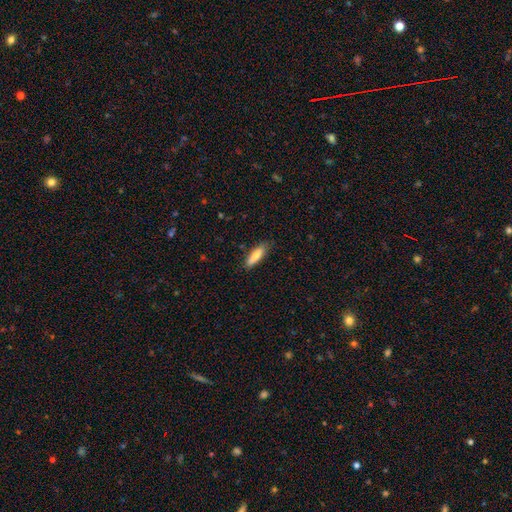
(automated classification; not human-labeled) Smooth or featured: smooth — 77% (featured or disk — 16%)
How rounded: cigar-shaped — 55% (in between — 43%)
Merging: none — 83% (minor disturbance — 14%)